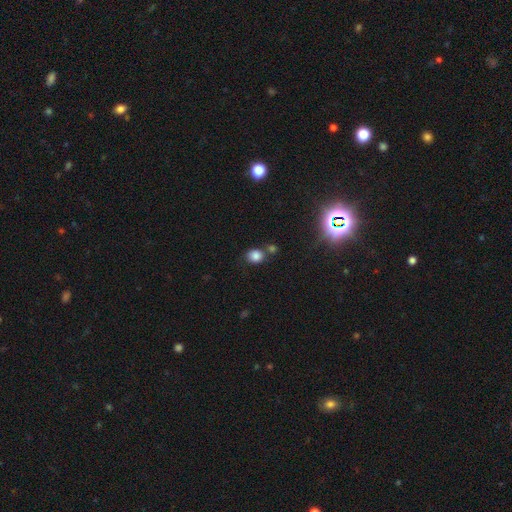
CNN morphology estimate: A smooth galaxy with no disk features (81%) that is round (67%).

Vote fractions:
- Smooth or featured? smooth: 81% / star or artifact: 13% / featured or disk: 6%
- How rounded? round: 67% / in between: 32% / cigar-shaped: 1%
- Merging? none: 61% / merger: 22% / minor disturbance: 12% / major disturbance: 4%